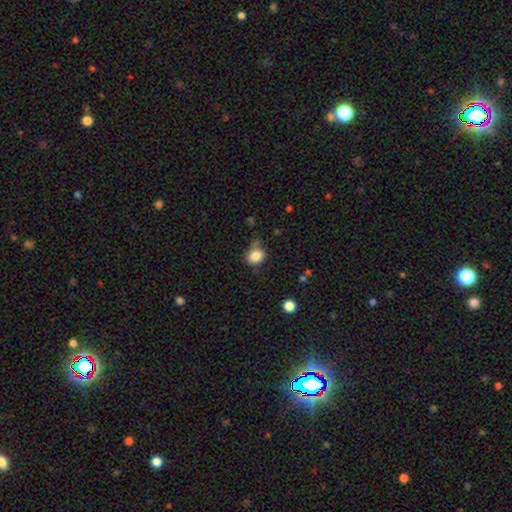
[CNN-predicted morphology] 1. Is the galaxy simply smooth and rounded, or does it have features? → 84% smooth, 10% star or artifact, 6% featured or disk.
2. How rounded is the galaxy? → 56% round, 43% in between, 1% cigar-shaped.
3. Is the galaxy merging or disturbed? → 62% none, 24% minor disturbance, 7% merger, 7% major disturbance.